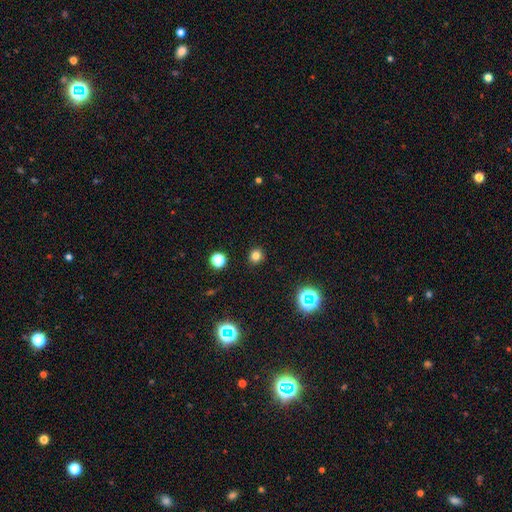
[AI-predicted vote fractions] Smooth or featured? smooth (78%)
How rounded? round (85%)
Merging? none (90%)